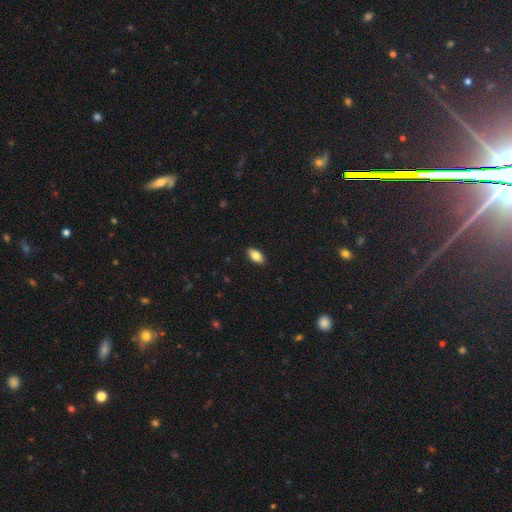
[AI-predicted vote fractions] A smooth galaxy with no disk features (80%) that is in between round and cigar-shaped (90%).

Vote fractions:
- Smooth or featured? smooth: 80% / featured or disk: 13% / star or artifact: 7%
- How rounded? in between: 90% / cigar-shaped: 7% / round: 3%
- Merging? none: 89% / minor disturbance: 8% / major disturbance: 2% / merger: 1%